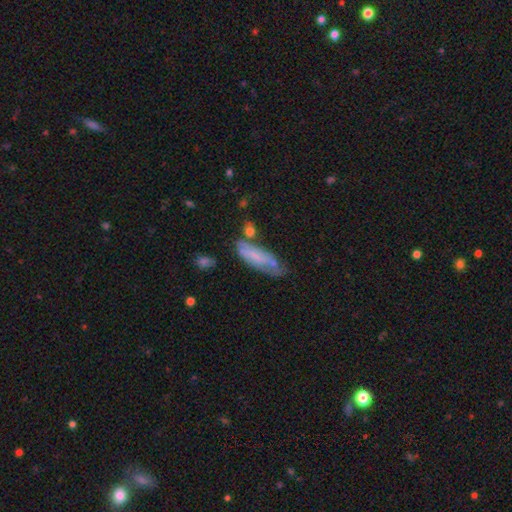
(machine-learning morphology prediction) Smooth or featured? smooth (54%)
How rounded? in between (50%)
Merging? none (43%)